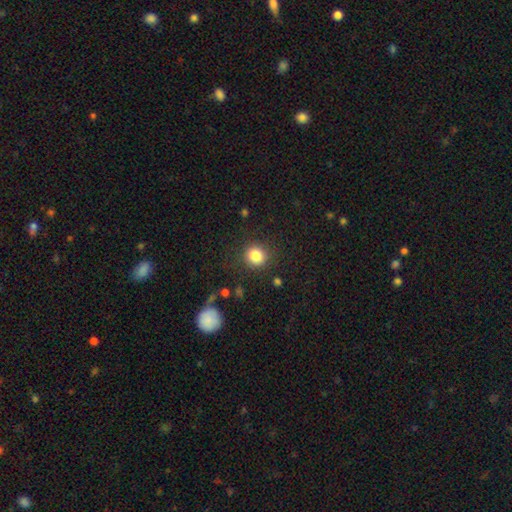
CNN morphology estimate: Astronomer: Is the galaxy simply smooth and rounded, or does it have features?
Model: smooth — 85%.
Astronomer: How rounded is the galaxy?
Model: round — 84%.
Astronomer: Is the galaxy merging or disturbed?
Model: none — 86%.